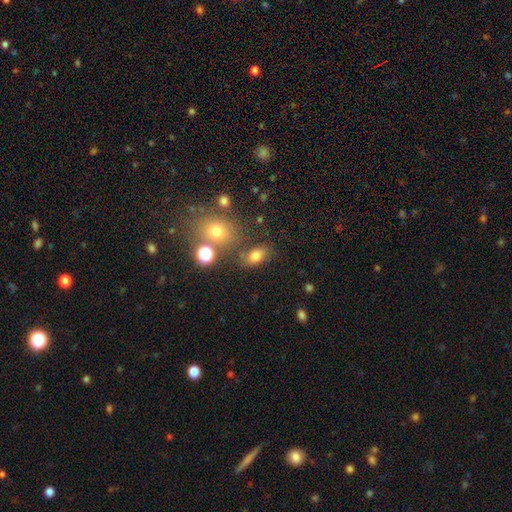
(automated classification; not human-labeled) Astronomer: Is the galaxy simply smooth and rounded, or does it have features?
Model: smooth — 75%.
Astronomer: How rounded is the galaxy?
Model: in between — 79%.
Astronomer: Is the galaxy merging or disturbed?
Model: none — 70%.